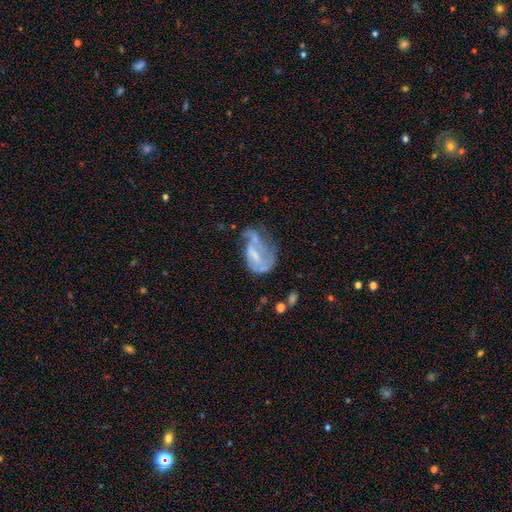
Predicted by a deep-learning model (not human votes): This appears to be a featured or disk galaxy (61%) with no bar (41%), spiral arms (50%, tied with no) and a small central bulge (36%). Merging: major disturbance (44%).